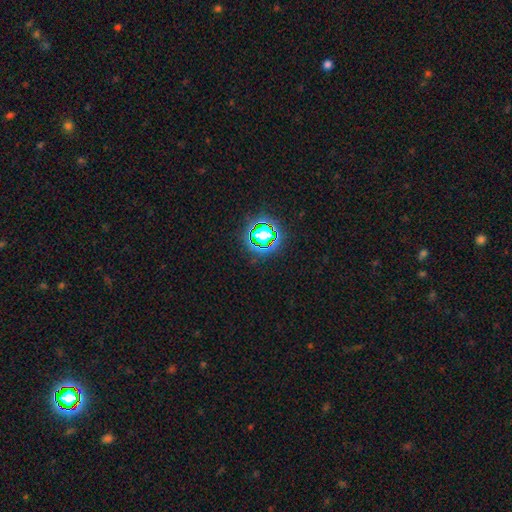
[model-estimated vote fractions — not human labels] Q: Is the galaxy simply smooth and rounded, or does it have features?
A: star or artifact — 77%.